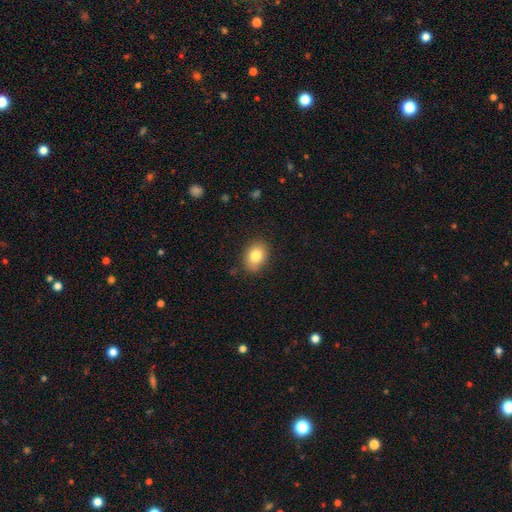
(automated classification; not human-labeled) Morphology: type=smooth (82%); roundness=in between (71%); merging=none (84%).